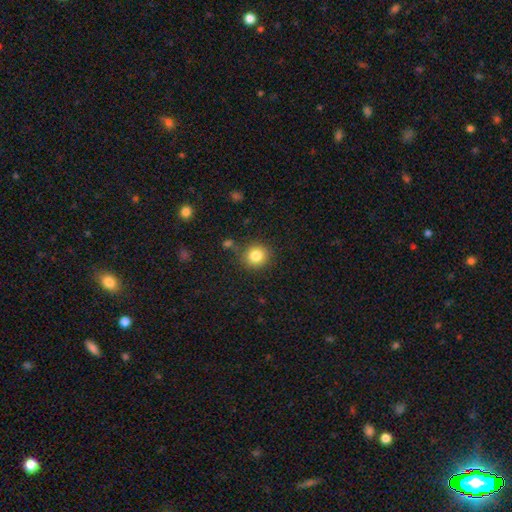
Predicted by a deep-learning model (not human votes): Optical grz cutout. It shows a smooth galaxy with no disk features (83%) that is round (89%). Merging: none (84%).